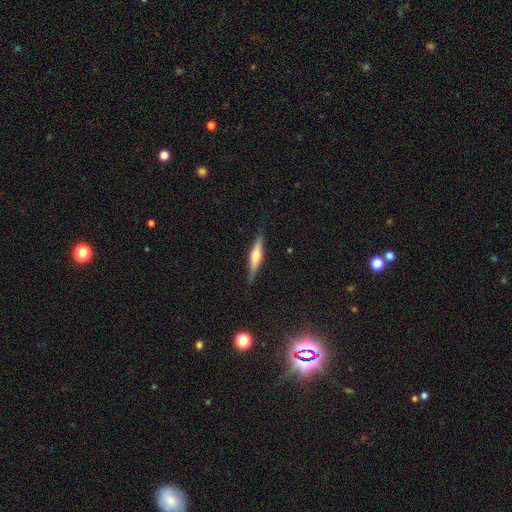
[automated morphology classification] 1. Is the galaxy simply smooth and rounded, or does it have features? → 62% featured or disk, 32% smooth, 6% star or artifact.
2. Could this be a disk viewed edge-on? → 96% yes, 4% no.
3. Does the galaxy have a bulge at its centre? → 90% rounded, 5% boxy, 5% none.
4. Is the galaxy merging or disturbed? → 86% none, 10% minor disturbance, 2% major disturbance, 1% merger.